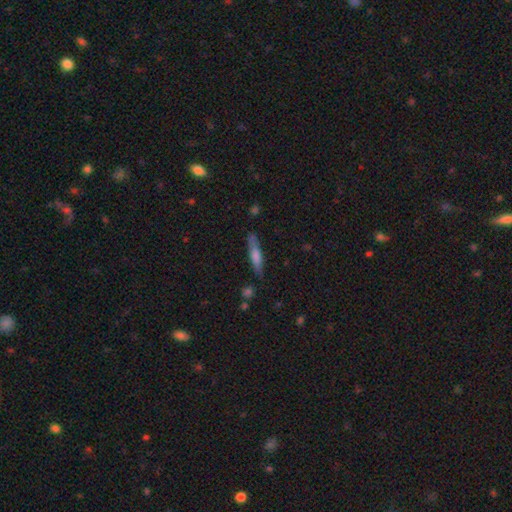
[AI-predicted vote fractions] smooth-or-featured: smooth: 58% | featured or disk: 36% | star or artifact: 7%
  how-rounded: cigar-shaped: 86% | in between: 12% | round: 2%
  merging: none: 82% | minor disturbance: 13% | major disturbance: 3% | merger: 2%